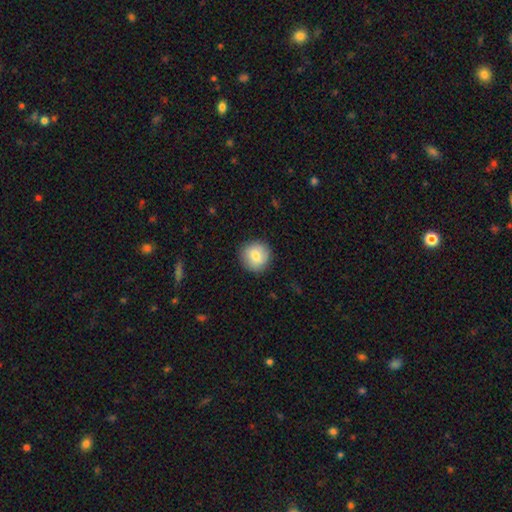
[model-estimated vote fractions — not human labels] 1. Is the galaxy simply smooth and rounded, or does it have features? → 77% smooth, 16% featured or disk, 8% star or artifact.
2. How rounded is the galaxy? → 93% round, 6% in between, 1% cigar-shaped.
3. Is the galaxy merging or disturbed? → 88% none, 9% minor disturbance, 2% major disturbance, 1% merger.